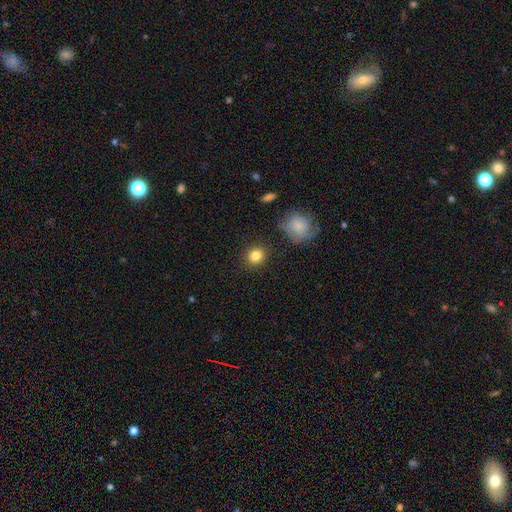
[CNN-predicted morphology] Smooth or featured? Predicted: smooth (p=0.84). How rounded? Predicted: round (p=0.86). Merging? Predicted: none (p=0.87).